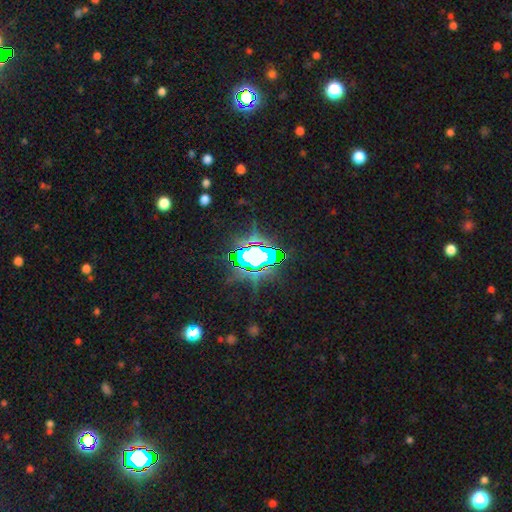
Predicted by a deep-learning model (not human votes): smooth-or-featured: star or artifact: 75% | featured or disk: 14% | smooth: 12%